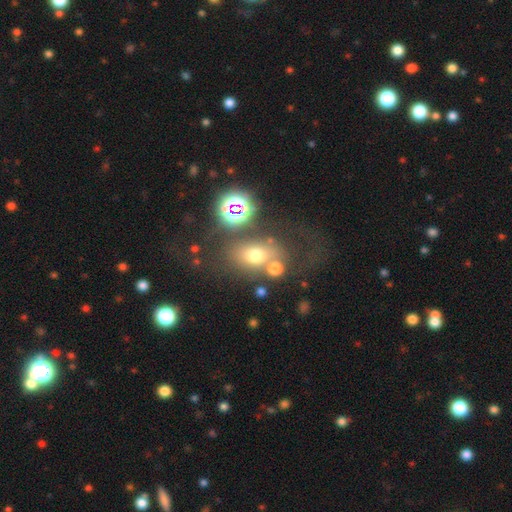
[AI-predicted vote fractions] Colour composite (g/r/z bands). It shows a smooth galaxy with no disk features (63%) that is in between round and cigar-shaped (61%). Merging: none (57%).